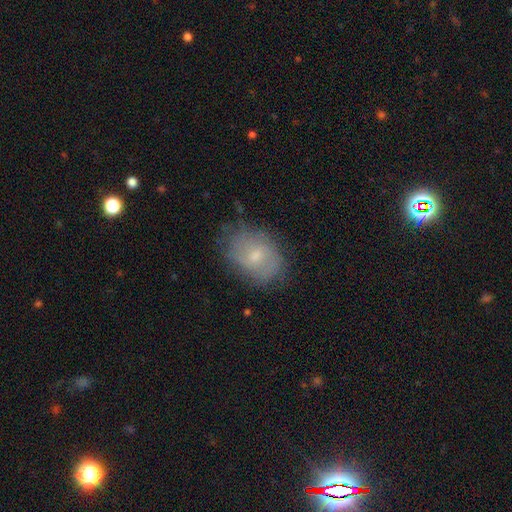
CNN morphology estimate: type=featured or disk (48%); merging=none (70%).